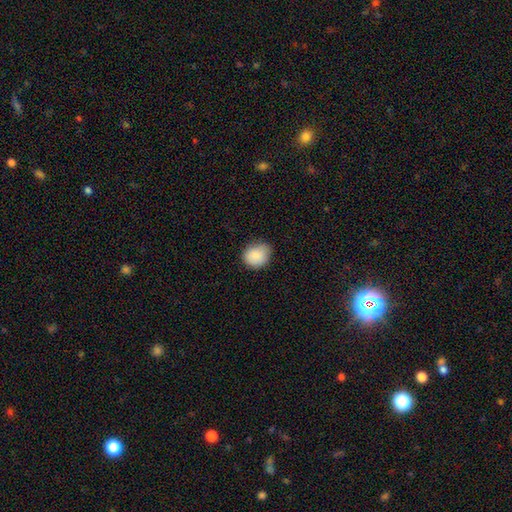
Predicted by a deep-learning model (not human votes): Smooth or featured?
  - smooth: 87% *
  - star or artifact: 8%
  - featured or disk: 5%
How rounded?
  - round: 67% *
  - in between: 33%
  - cigar-shaped: 1%
Merging?
  - none: 73% *
  - minor disturbance: 22%
  - major disturbance: 3%
  - merger: 1%